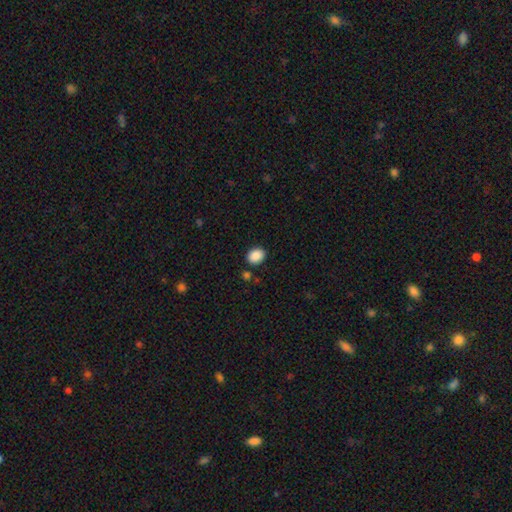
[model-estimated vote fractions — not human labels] Smooth or featured? Predicted: smooth (p=0.89). How rounded? Predicted: in between (p=0.57). Merging? Predicted: none (p=0.86).